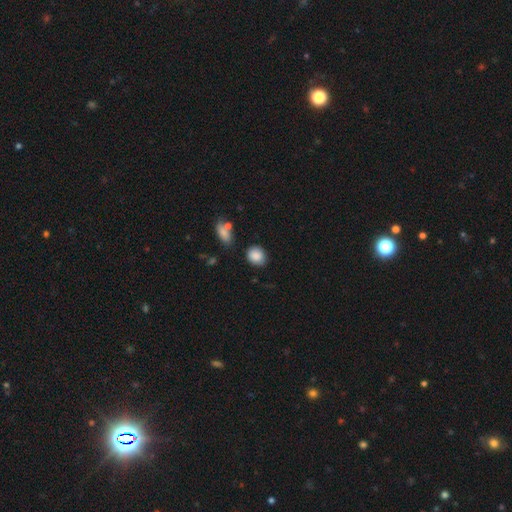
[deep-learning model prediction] A smooth galaxy with no disk features (87%) that is round (64%). Merging: none (79%).